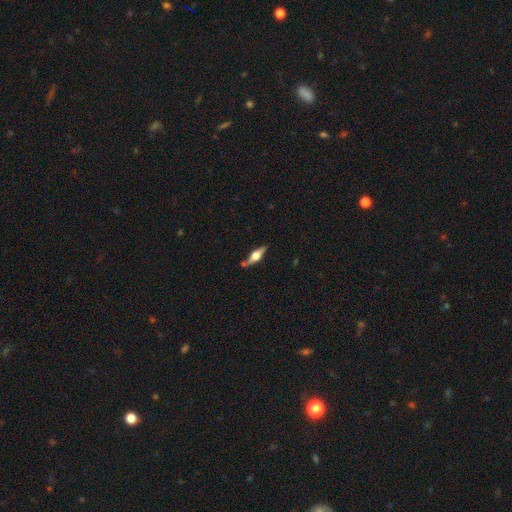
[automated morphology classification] Smooth or featured? featured or disk (72%)
Edge-on disk? yes (96%)
Edge-on bulge? rounded (92%)
Merging? none (80%)